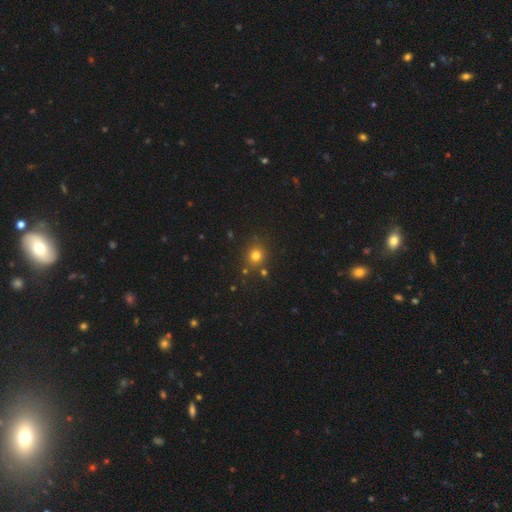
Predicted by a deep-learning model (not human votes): Smooth or featured? smooth (76%)
How rounded? round (86%)
Merging? none (80%)